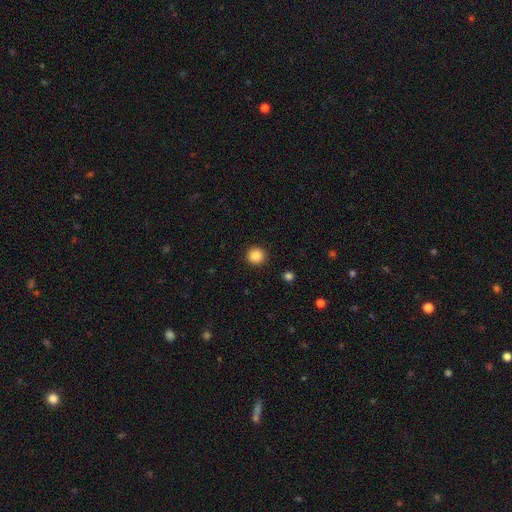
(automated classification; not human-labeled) This is clearly a smooth galaxy (87%). How rounded: clearly round (92%). Merging: clearly none (92%).